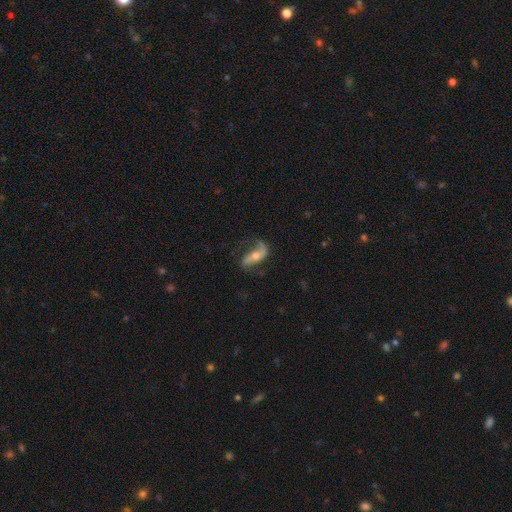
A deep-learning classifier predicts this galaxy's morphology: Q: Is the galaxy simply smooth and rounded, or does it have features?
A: featured or disk — 76%.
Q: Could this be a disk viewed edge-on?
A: no — 90%.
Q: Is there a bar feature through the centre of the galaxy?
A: no — 45%.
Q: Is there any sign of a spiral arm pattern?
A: yes — 91%.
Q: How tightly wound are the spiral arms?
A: loose — 72%.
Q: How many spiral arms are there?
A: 2 — 83%.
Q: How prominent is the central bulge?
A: moderate — 57%.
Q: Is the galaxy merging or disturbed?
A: none — 60%.